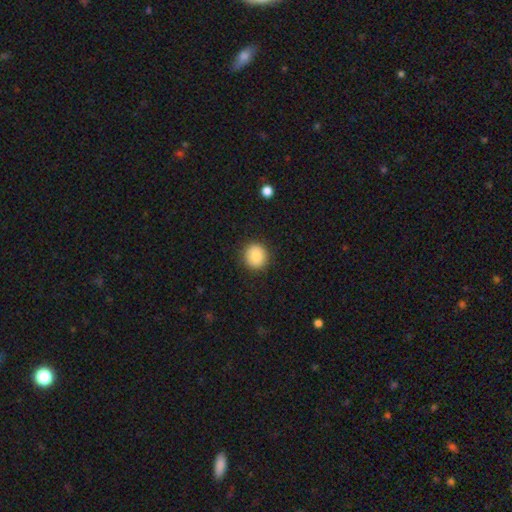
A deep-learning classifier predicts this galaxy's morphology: type=smooth (84%); roundness=round (91%); merging=none (91%).